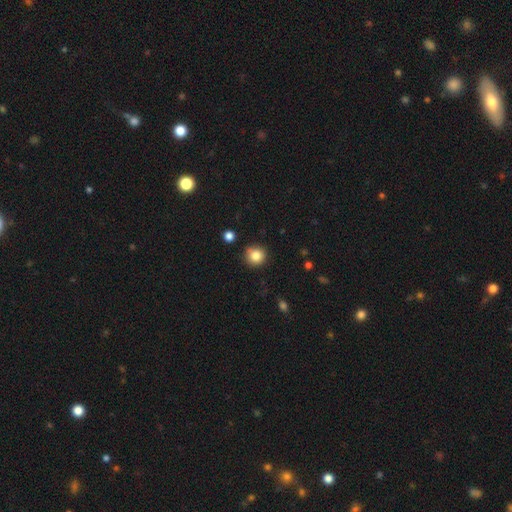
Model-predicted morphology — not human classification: Smooth or featured? Predicted: smooth (p=0.84). How rounded? Predicted: round (p=0.92). Merging? Predicted: none (p=0.83).